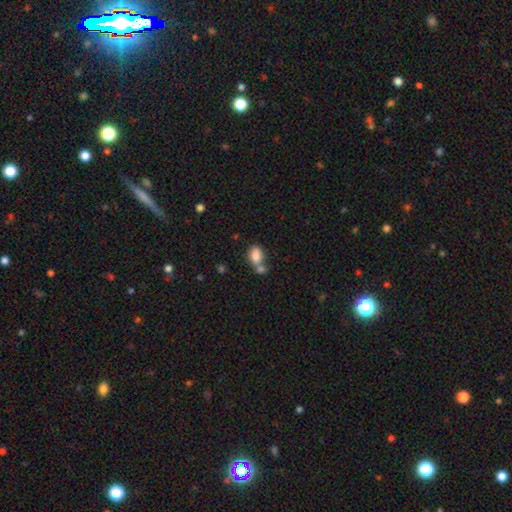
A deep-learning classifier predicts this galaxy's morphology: This is clearly a smooth galaxy (82%). How rounded: clearly in between (82%). Merging: possibly merger (49%).